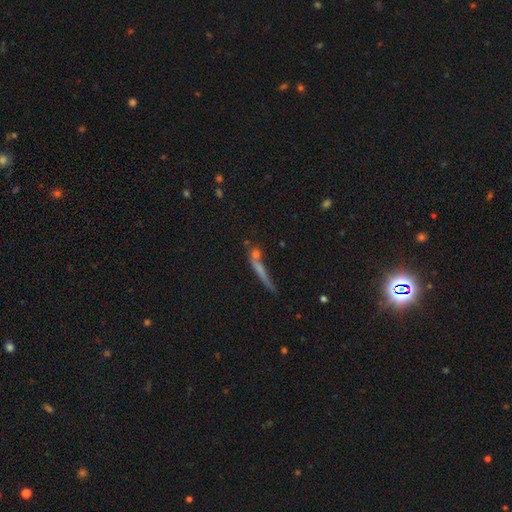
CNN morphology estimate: A smooth galaxy with no disk features (51%) that is cigar-shaped (88%).

Vote fractions:
- Smooth or featured? smooth: 51% / featured or disk: 36% / star or artifact: 14%
- How rounded? cigar-shaped: 88% / in between: 7% / round: 5%
- Merging? none: 57% / minor disturbance: 17% / merger: 15% / major disturbance: 10%